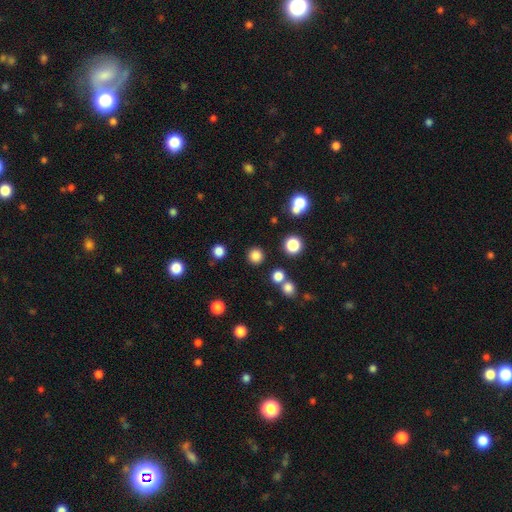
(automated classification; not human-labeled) A smooth galaxy with no disk features (82%) that is round (95%). Merging: none (89%).